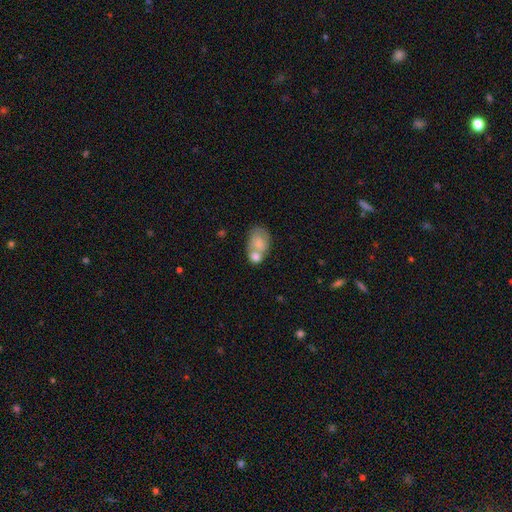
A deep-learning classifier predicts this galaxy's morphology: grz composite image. It shows a smooth galaxy with no disk features (72%) that is in between round and cigar-shaped (71%). Merging: merger (60%).